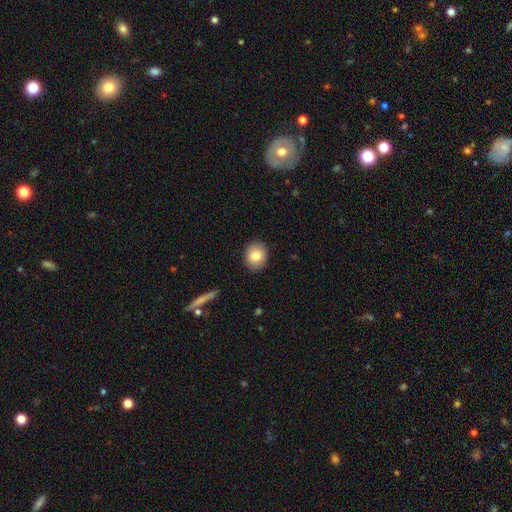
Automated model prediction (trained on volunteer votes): Smooth or featured? Predicted: smooth (p=0.81). How rounded? Predicted: round (p=0.74). Merging? Predicted: none (p=0.89).